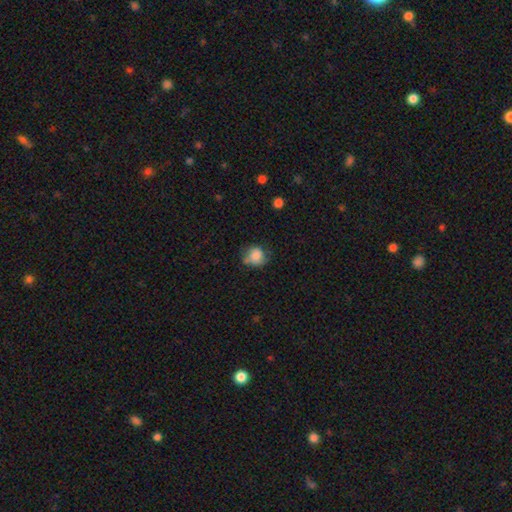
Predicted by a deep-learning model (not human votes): The model was most divided on "merging": none: 52%, minor disturbance: 30%, major disturbance: 10%, merger: 7%. More confident: smooth or featured — smooth (80%); how rounded — round (78%).